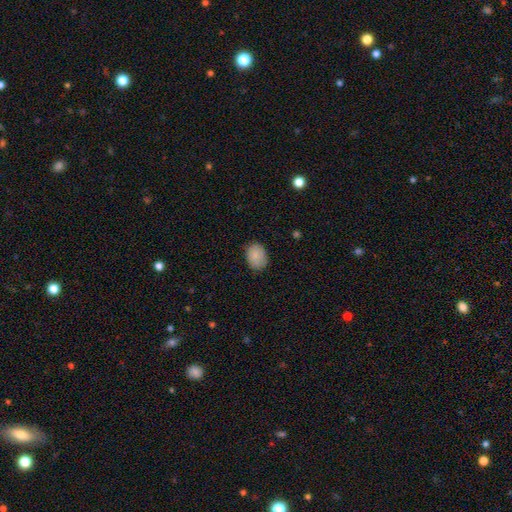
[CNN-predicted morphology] A smooth galaxy with no disk features (85%) that is in between round and cigar-shaped (72%). Merging: none (82%).